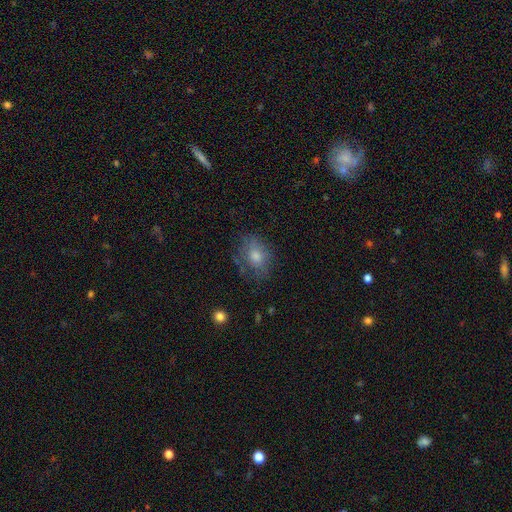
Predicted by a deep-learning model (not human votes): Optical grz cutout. It shows a smooth galaxy with no disk features (62%) that is in between round and cigar-shaped (59%). Merging: none (66%).